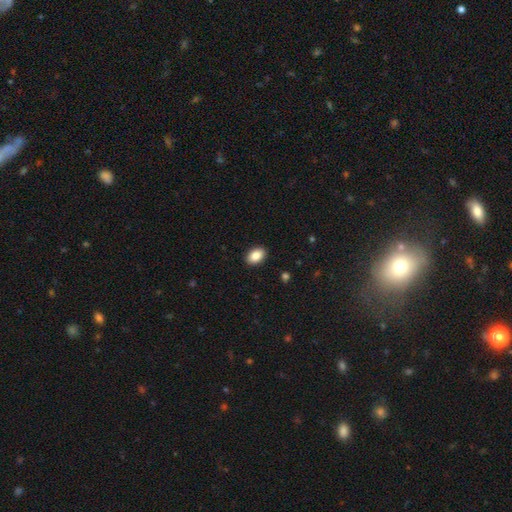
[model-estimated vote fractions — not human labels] Overall: smooth (89%). How rounded: in between (89%). Merging: none (91%).